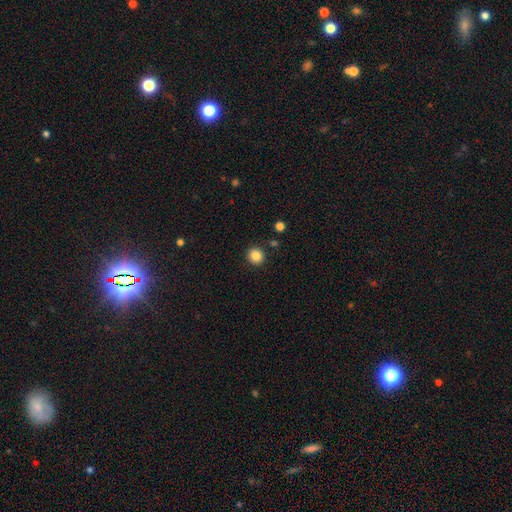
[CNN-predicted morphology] Smooth or featured?
  - smooth: 86% *
  - star or artifact: 10%
  - featured or disk: 4%
How rounded?
  - round: 90% *
  - in between: 9%
  - cigar-shaped: 1%
Merging?
  - none: 89% *
  - minor disturbance: 6%
  - merger: 2%
  - major disturbance: 2%